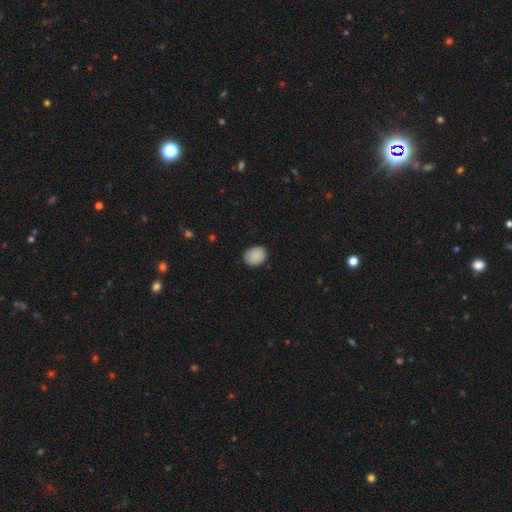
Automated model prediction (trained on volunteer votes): Smooth or featured: smooth — 88% (star or artifact — 8%)
How rounded: round — 59% (in between — 40%)
Merging: none — 83% (minor disturbance — 14%)